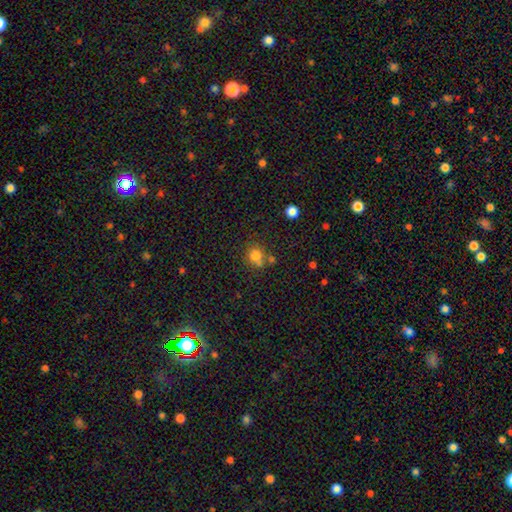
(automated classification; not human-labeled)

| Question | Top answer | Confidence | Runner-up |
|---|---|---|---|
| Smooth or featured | smooth | 78% | star or artifact (14%) |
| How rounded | round | 79% | in between (20%) |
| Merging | none | 60% | merger (21%) |